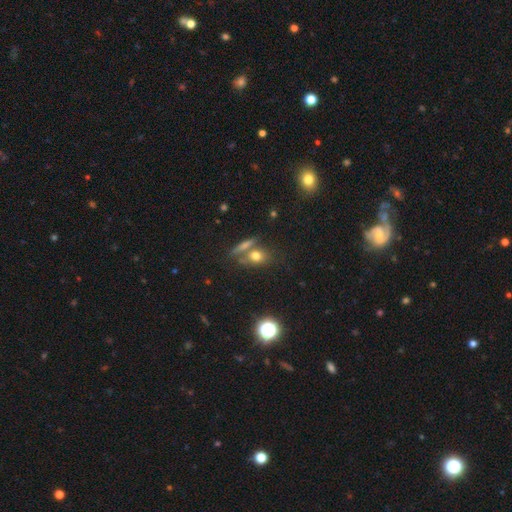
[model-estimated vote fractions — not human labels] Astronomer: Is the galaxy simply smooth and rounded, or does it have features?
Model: smooth — 70%.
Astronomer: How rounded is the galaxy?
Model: in between — 52% (runner-up: round, 39%).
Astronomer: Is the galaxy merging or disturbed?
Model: none — 55%.